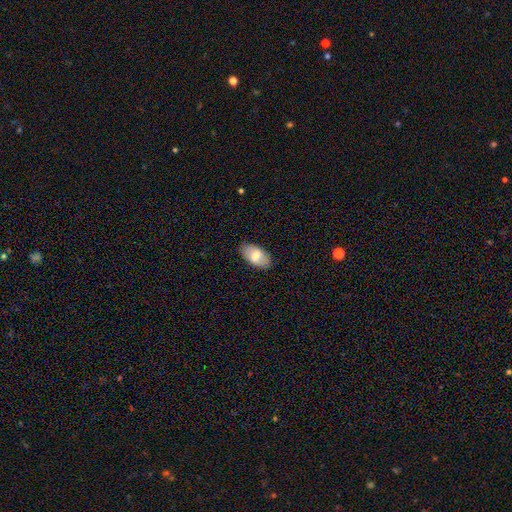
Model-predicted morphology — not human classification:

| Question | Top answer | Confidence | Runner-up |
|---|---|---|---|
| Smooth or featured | smooth | 68% | featured or disk (25%) |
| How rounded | in between | 94% | round (3%) |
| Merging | none | 86% | minor disturbance (10%) |